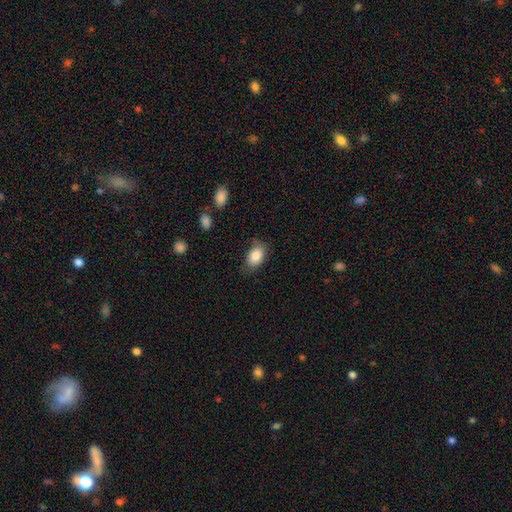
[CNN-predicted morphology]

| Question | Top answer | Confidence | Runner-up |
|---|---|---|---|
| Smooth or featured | smooth | 86% | star or artifact (7%) |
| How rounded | in between | 88% | round (10%) |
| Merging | none | 68% | minor disturbance (25%) |